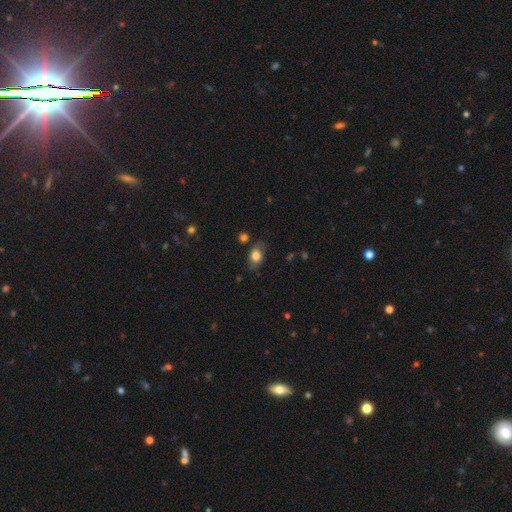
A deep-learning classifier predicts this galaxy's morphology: This is likely a smooth galaxy (76%). How rounded: clearly in between (80%). Merging: likely none (72%).